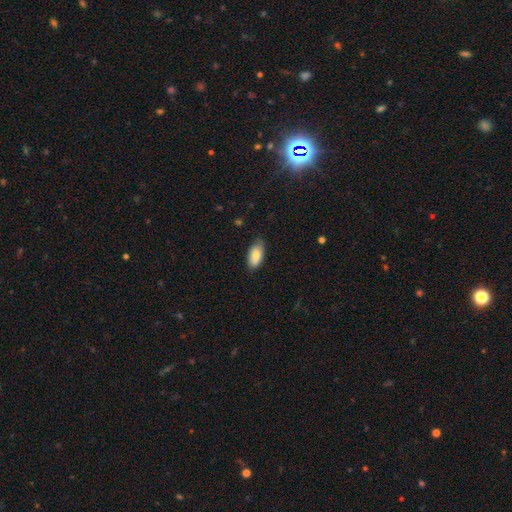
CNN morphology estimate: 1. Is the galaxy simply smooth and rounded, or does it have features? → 83% smooth, 10% featured or disk, 6% star or artifact.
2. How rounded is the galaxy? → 93% in between, 5% cigar-shaped, 3% round.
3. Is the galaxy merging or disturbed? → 78% none, 19% minor disturbance, 3% major disturbance, 1% merger.